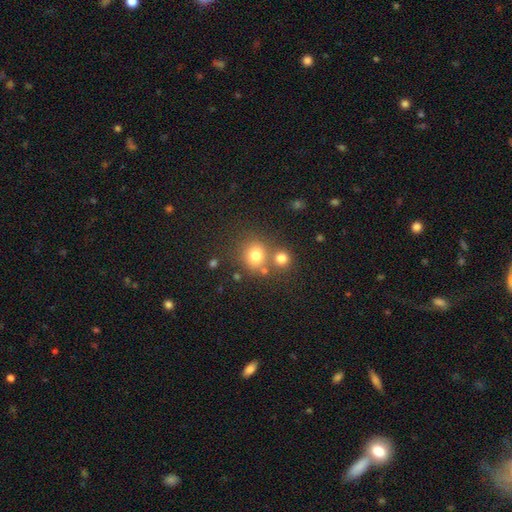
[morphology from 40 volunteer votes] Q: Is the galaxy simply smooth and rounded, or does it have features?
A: smooth — 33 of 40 (82%).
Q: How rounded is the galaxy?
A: round — 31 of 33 (94%).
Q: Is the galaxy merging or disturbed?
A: none — 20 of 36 (56%).